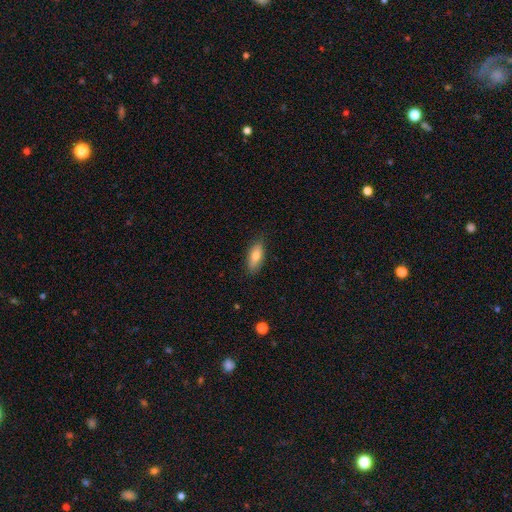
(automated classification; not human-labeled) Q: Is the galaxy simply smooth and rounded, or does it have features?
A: smooth — 76%.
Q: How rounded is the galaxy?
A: in between — 76%.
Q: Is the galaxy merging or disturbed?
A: none — 84%.